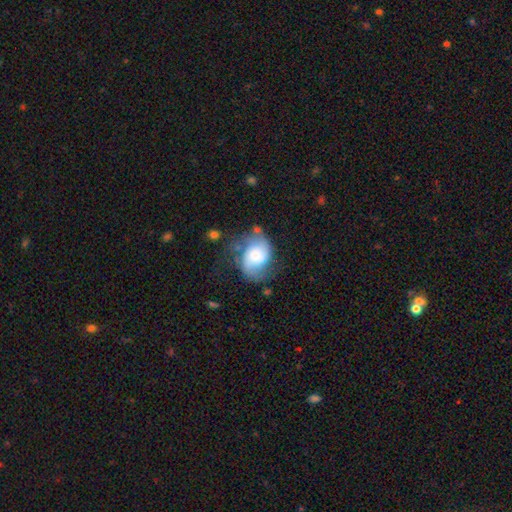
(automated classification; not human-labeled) Smooth or featured: featured or disk — 58% (smooth — 34%)
Edge-on disk: no — 97% (yes — 3%)
Bar: no — 66% (weak — 28%)
Spiral arms: yes — 86% (no — 14%)
Bulge size: moderate — 32% (small — 28%)
Merging: none — 46% (minor disturbance — 28%)